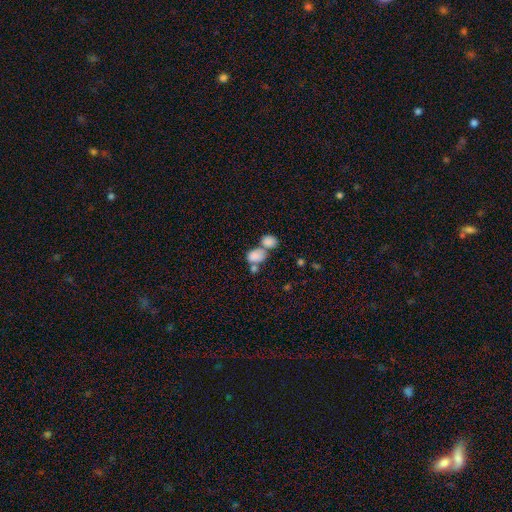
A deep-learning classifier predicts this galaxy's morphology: Smooth or featured? smooth (80%)
How rounded? in between (70%)
Merging? merger (59%)